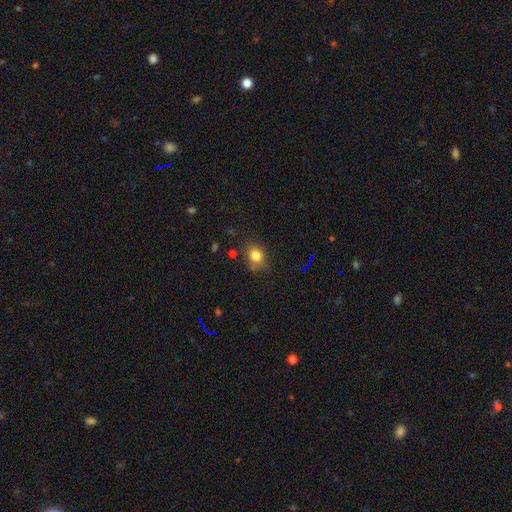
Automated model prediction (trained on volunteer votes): Smooth or featured?
  - smooth: 81% *
  - star or artifact: 12%
  - featured or disk: 7%
How rounded?
  - round: 58% *
  - in between: 41%
  - cigar-shaped: 1%
Merging?
  - none: 75% *
  - minor disturbance: 18%
  - major disturbance: 4%
  - merger: 3%